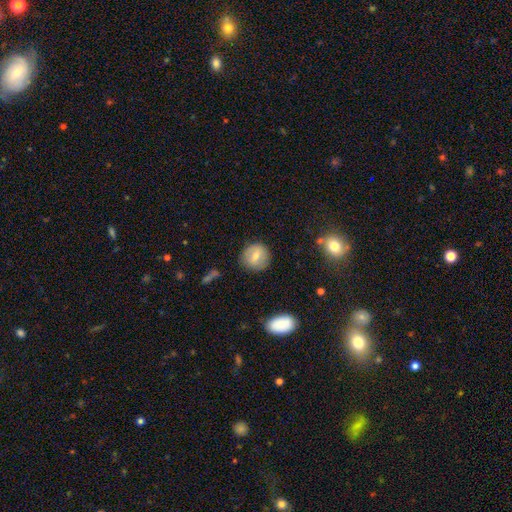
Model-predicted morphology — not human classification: This appears to be a smooth galaxy with no disk features (65%) that is round (87%). Merging: none (85%).